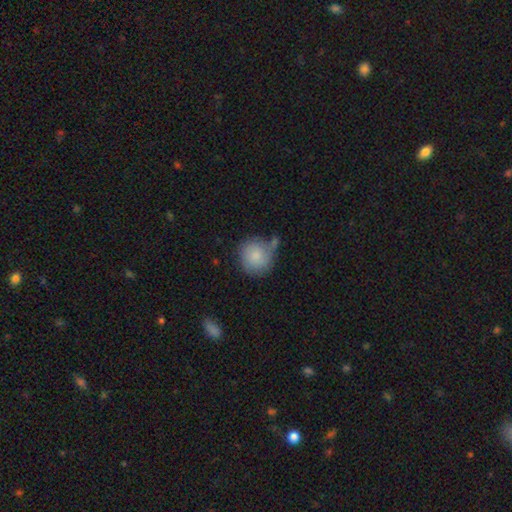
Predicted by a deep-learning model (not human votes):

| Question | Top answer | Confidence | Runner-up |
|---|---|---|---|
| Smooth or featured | smooth | 78% | featured or disk (15%) |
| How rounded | round | 89% | in between (10%) |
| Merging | none | 49% | minor disturbance (26%) |